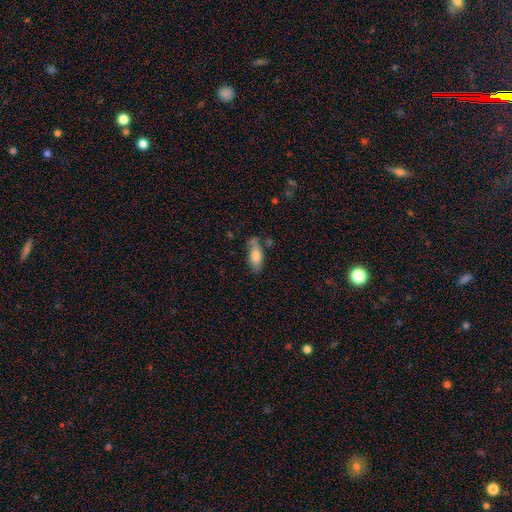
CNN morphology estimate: Smooth or featured? Predicted: smooth (p=0.76). How rounded? Predicted: in between (p=0.80). Merging? Predicted: none (p=0.62).